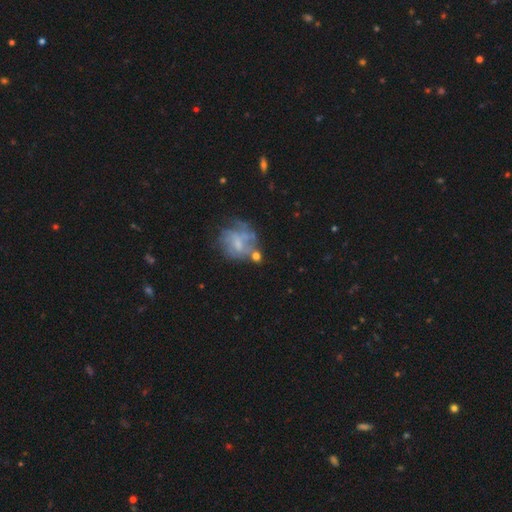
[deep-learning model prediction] smooth_or_featured: featured or disk (p=0.54) [alt: smooth p=0.35]
disk_edge_on: no (p=0.97) [alt: yes p=0.03]
bar: no (p=0.59) [alt: weak p=0.34]
has_spiral_arms: no (p=0.51) [alt: yes p=0.49]
bulge_size: small (p=0.38) [alt: none p=0.31]
merging: none (p=0.42) [alt: minor disturbance p=0.22]